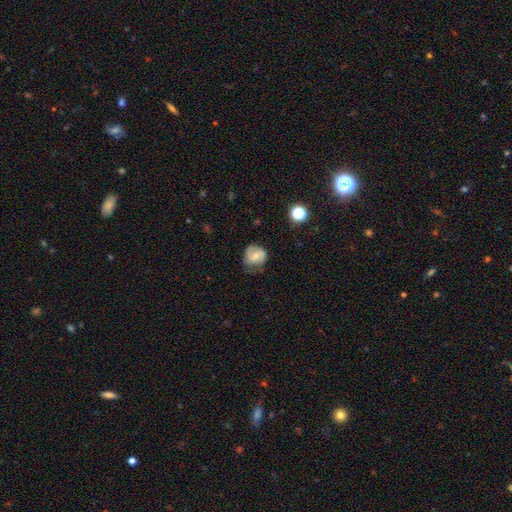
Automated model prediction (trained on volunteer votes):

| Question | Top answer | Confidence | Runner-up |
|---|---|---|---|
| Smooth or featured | smooth | 50% | featured or disk (42%) |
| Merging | none | 56% | minor disturbance (31%) |